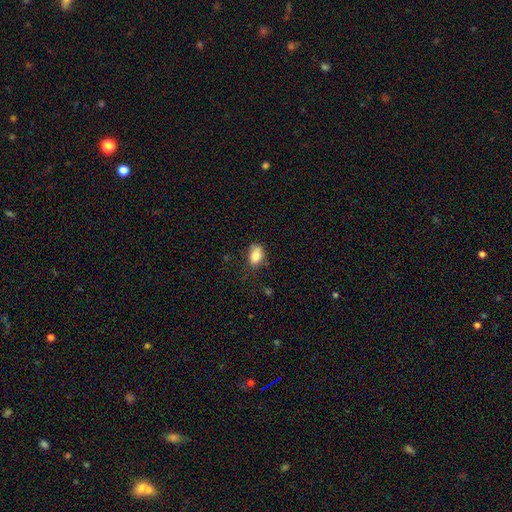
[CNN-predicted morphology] type=smooth (85%); roundness=in between (86%); merging=none (70%).